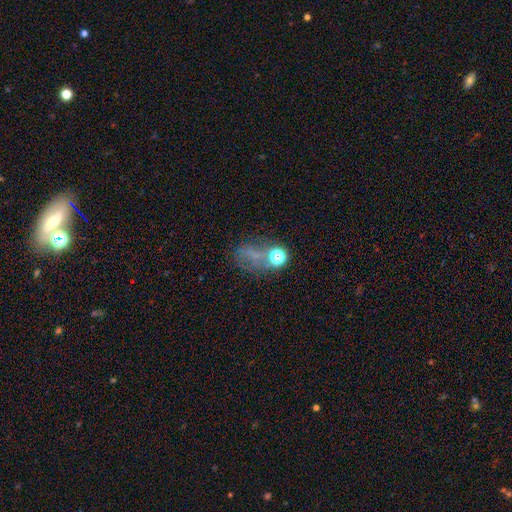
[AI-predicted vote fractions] The model was most divided on "smooth or featured": star or artifact: 37%, smooth: 36%, featured or disk: 26%.